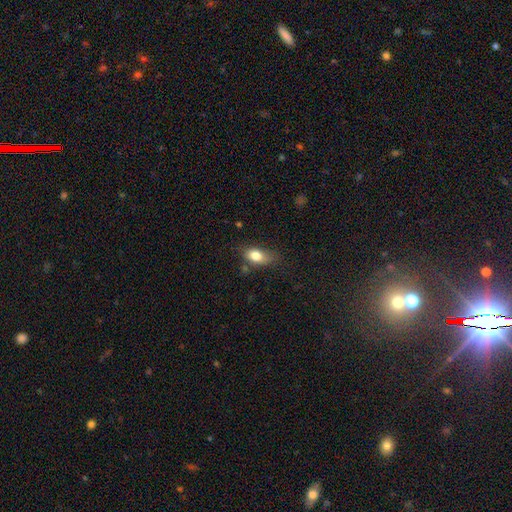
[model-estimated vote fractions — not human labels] Smooth or featured? smooth (79%)
How rounded? in between (82%)
Merging? none (57%)